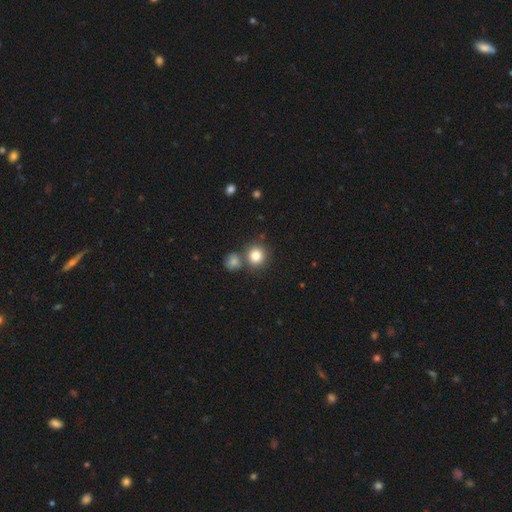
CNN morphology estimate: Overall: smooth (83%). How rounded: round (88%). Merging: none (65%).